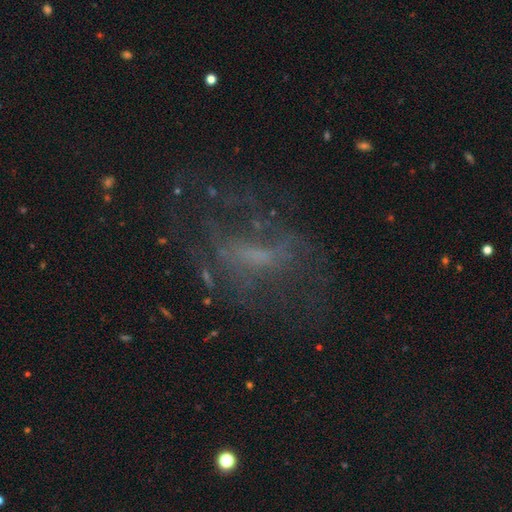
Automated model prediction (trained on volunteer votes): Q: Smooth or featured?
A: featured or disk (59%); runner-up: star or artifact (21%)
Q: Edge-on disk?
A: no (93%); runner-up: yes (7%)
Q: Bar?
A: no (46%); runner-up: weak (38%)
Q: Spiral arms?
A: no (55%); runner-up: yes (45%)
Q: Bulge size?
A: none (42%); runner-up: small (34%)
Q: Merging?
A: none (52%); runner-up: major disturbance (28%)